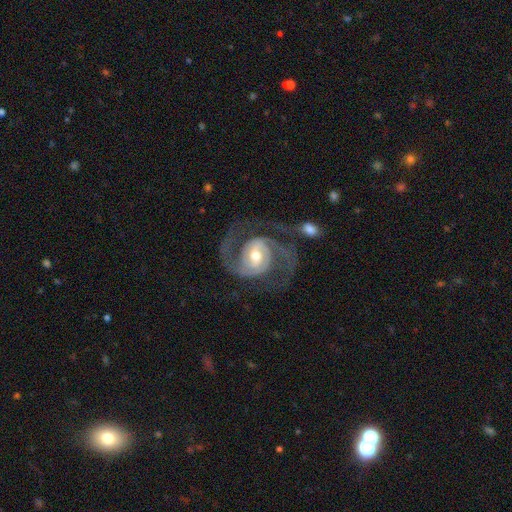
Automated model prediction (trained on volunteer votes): A featured or disk galaxy (92%) with a weak bar (47%), 2 (87%) medium (54%) spiral arms (98%) and a moderate central bulge (68%). Merging: none (63%).